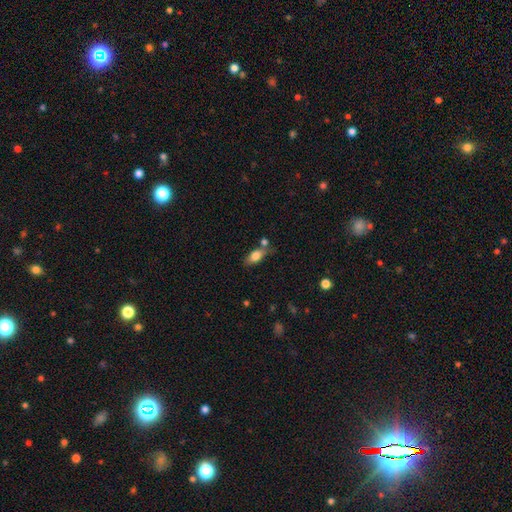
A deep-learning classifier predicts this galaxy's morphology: A smooth galaxy with no disk features (76%) that is in between round and cigar-shaped (82%). Merging: none (56%).